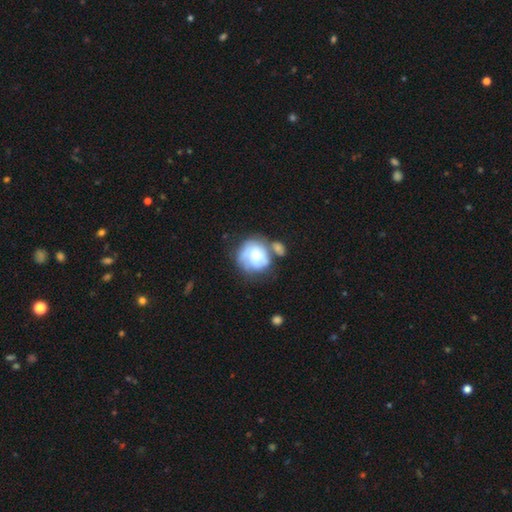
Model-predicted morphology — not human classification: This is possibly a smooth galaxy (47%). Merging: marginally none (40%).